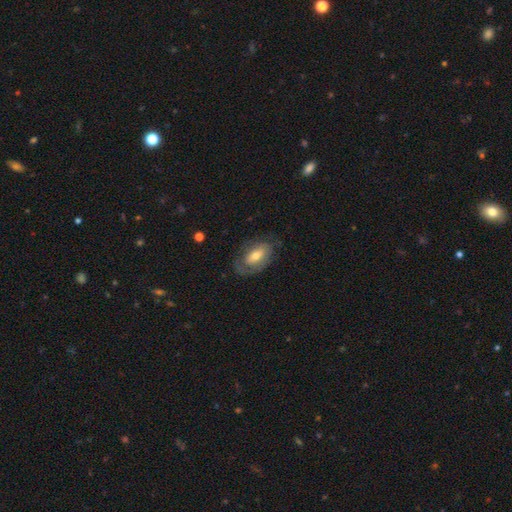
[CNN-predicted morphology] type=featured or disk (50%); merging=none (63%).